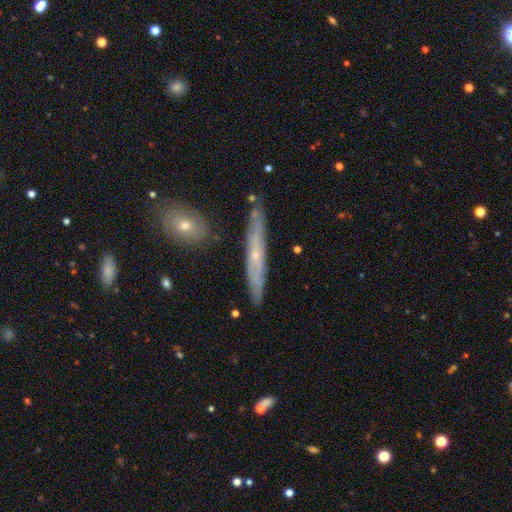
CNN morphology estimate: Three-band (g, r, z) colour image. It shows a featured or disk galaxy (63%) viewed edge-on (77%). Merging: none (81%).